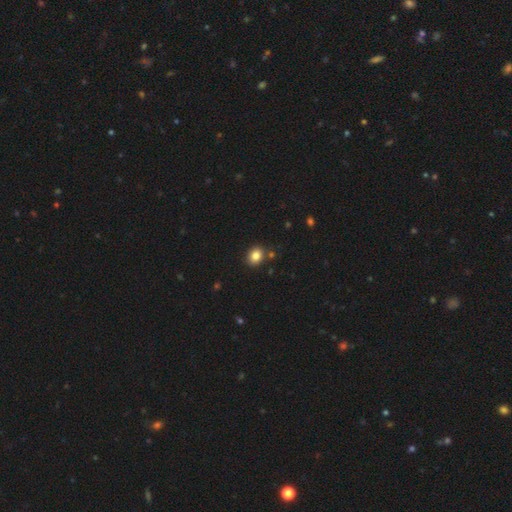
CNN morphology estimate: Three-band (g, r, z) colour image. It shows a smooth galaxy with no disk features (84%) that is round (59%). Merging: none (84%).